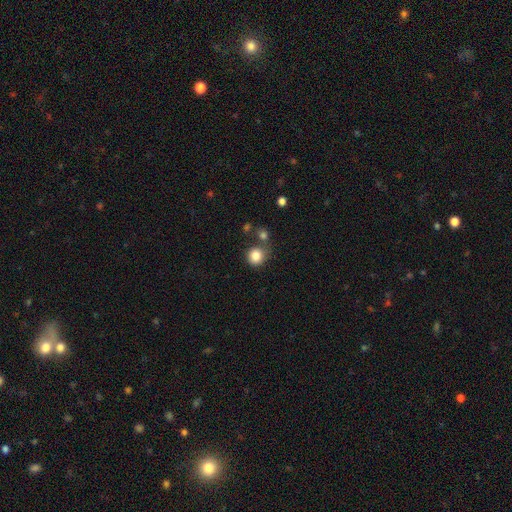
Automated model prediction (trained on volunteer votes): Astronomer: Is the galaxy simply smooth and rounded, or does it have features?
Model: smooth — 84%.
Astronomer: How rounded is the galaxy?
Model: round — 87%.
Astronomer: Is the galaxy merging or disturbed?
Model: none — 67%.